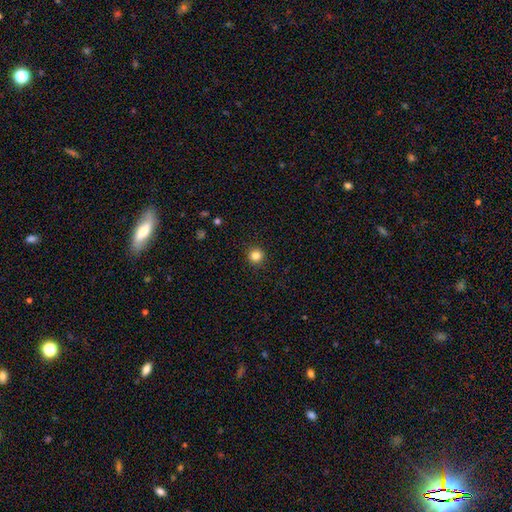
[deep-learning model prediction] smooth-or-featured: smooth: 84% | star or artifact: 12% | featured or disk: 4%
  how-rounded: round: 95% | in between: 4% | cigar-shaped: 1%
  merging: none: 93% | minor disturbance: 5% | major disturbance: 2% | merger: 1%